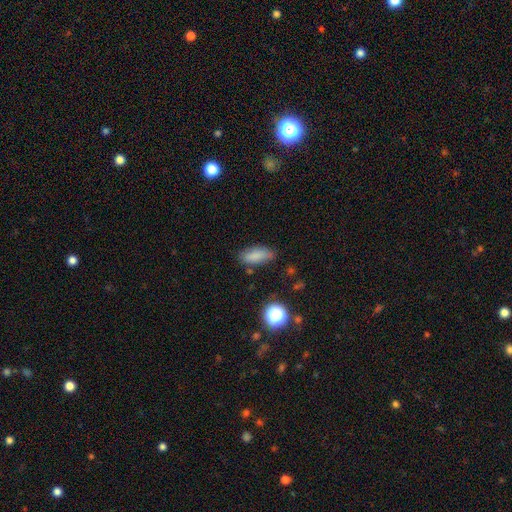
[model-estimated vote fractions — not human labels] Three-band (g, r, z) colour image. It shows a smooth galaxy with no disk features (82%) that is in between round and cigar-shaped (76%). Merging: none (76%).